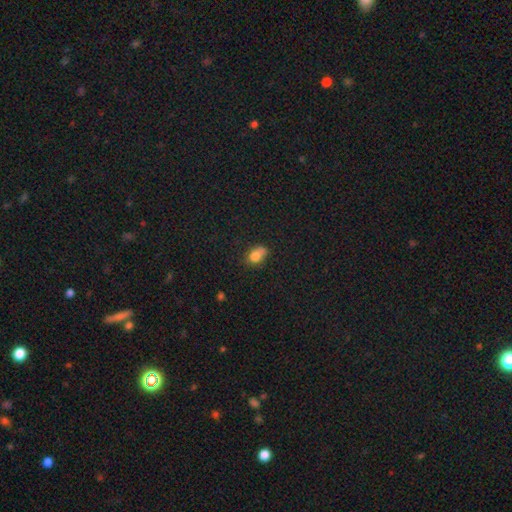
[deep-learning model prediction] Q: Smooth or featured?
A: smooth (81%); runner-up: star or artifact (10%)
Q: How rounded?
A: in between (79%); runner-up: round (19%)
Q: Merging?
A: none (53%); runner-up: minor disturbance (32%)